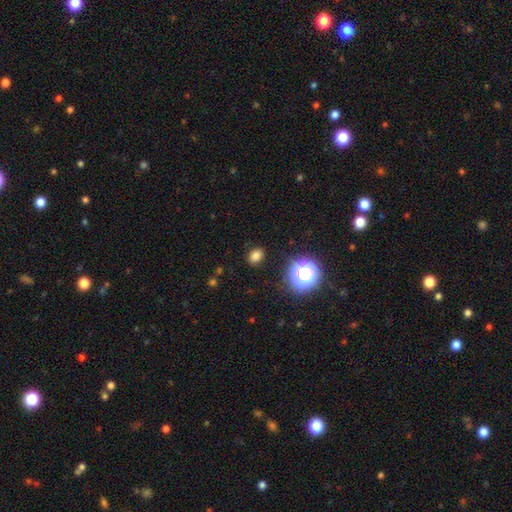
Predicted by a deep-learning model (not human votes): This is likely a smooth galaxy (78%). How rounded: possibly in between (50%). Merging: clearly none (88%).